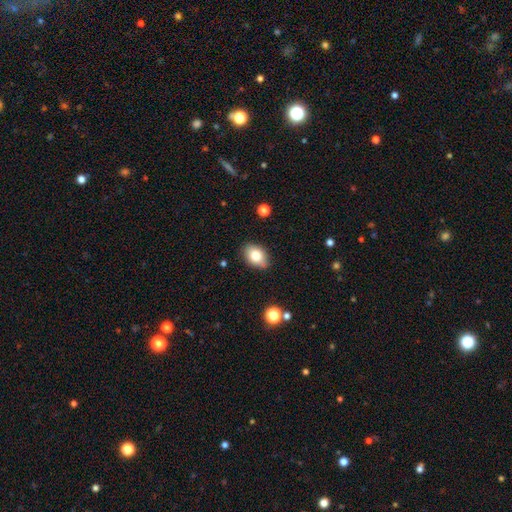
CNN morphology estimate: Q: Smooth or featured?
A: smooth (78%); runner-up: featured or disk (13%)
Q: How rounded?
A: in between (82%); runner-up: round (17%)
Q: Merging?
A: none (84%); runner-up: minor disturbance (13%)